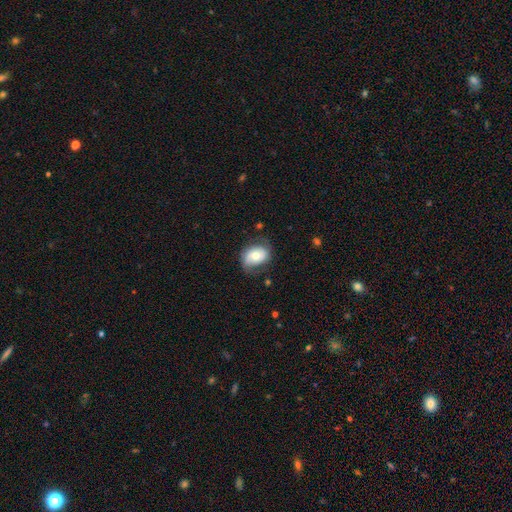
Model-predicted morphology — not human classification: Overall: featured or disk (50%; smooth 42%). Edge-on disk: no (96%). Merging: none (62%; minor disturbance 25%).